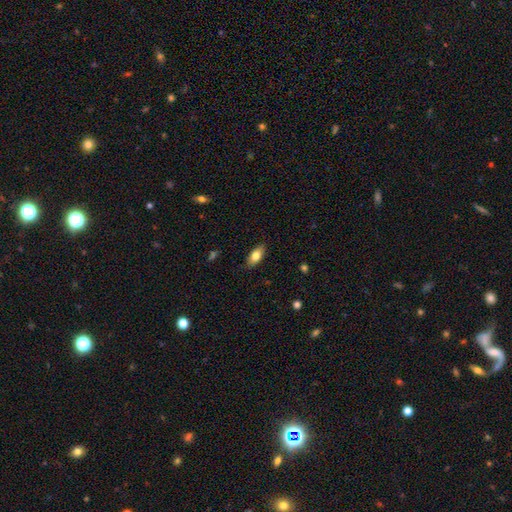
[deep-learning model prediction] smooth-or-featured: smooth: 80% | featured or disk: 14% | star or artifact: 7%
  how-rounded: in between: 87% | cigar-shaped: 9% | round: 4%
  merging: none: 86% | minor disturbance: 11% | major disturbance: 2% | merger: 1%